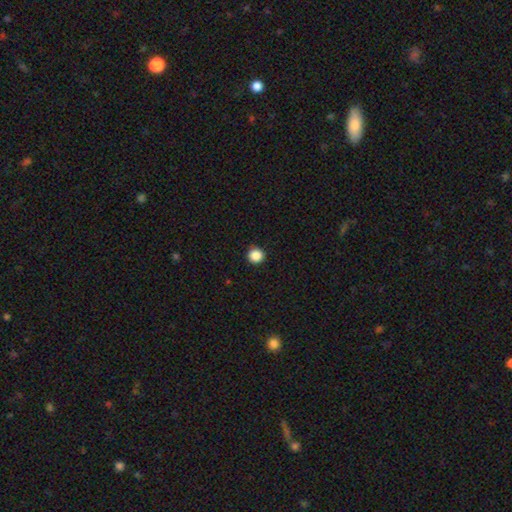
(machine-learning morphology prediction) smooth_or_featured: smooth (p=0.88) [alt: star or artifact p=0.10]
how_rounded: round (p=0.95) [alt: in between p=0.04]
merging: none (p=0.93) [alt: minor disturbance p=0.04]